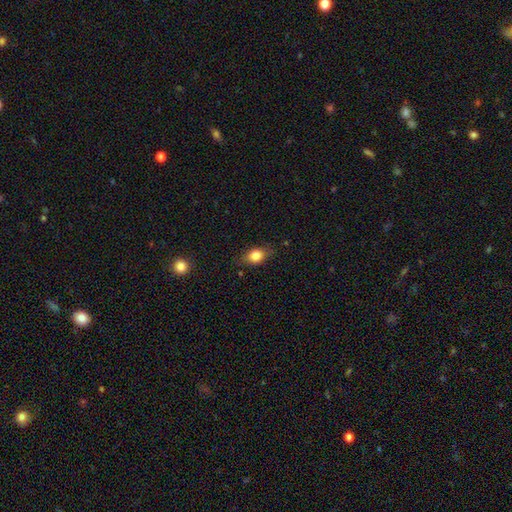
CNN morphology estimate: Overall: smooth (81%). How rounded: in between (69%). Merging: none (77%).